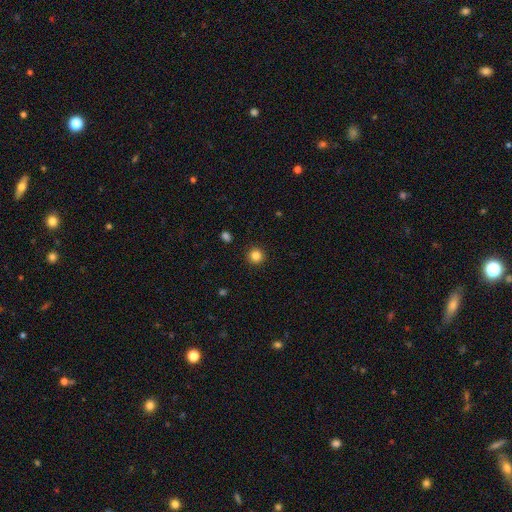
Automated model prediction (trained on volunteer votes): A smooth galaxy with no disk features (84%) that is round (95%). Merging: none (92%).